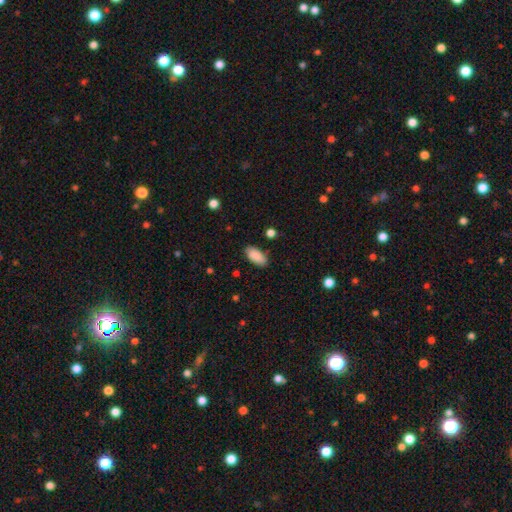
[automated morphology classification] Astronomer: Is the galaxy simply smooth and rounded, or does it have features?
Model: smooth — 89%.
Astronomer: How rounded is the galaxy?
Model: in between — 92%.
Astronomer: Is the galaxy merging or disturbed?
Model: none — 85%.